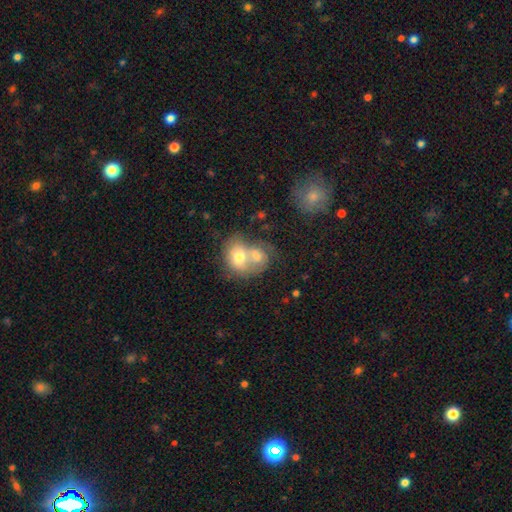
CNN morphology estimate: smooth 61%, featured or disk 31%, star or artifact 8%. Down the decision tree: how rounded — in between (53%); merging — merger (78%).